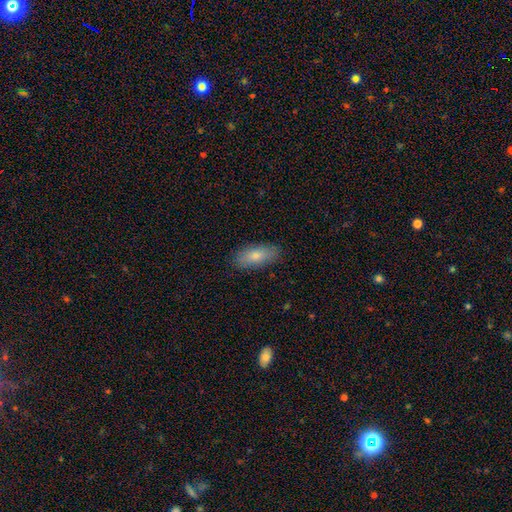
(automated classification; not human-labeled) smooth_or_featured: smooth (p=0.79) [alt: featured or disk p=0.15]
how_rounded: in between (p=0.83) [alt: cigar-shaped p=0.14]
merging: none (p=0.86) [alt: minor disturbance p=0.11]